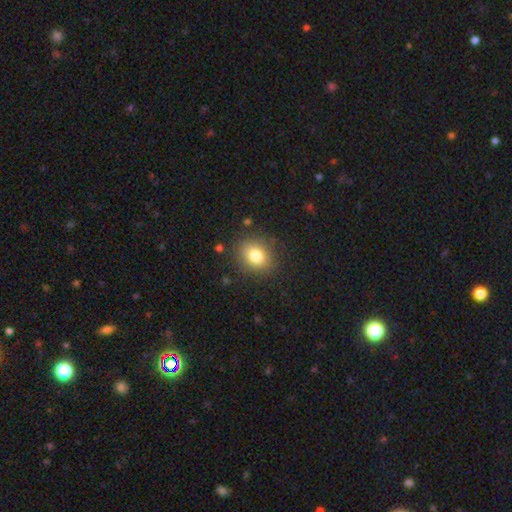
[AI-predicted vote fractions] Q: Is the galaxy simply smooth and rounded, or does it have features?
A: smooth — 79%.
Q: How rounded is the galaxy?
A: round — 65%.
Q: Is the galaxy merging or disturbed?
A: none — 86%.